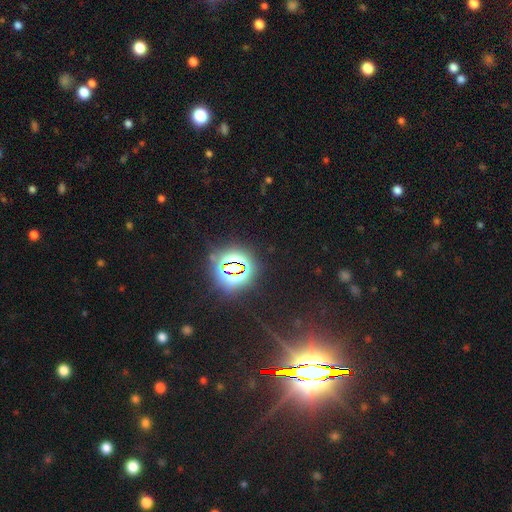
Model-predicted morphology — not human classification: Smooth or featured? Predicted: star or artifact (p=0.82).